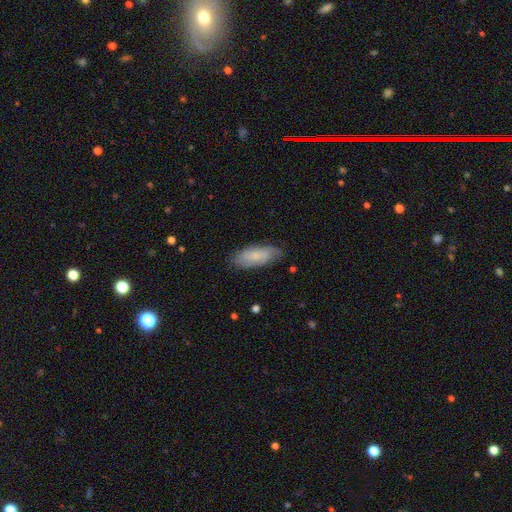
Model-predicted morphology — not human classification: Smooth or featured?
  - smooth: 63% *
  - featured or disk: 30%
  - star or artifact: 7%
How rounded?
  - in between: 77% *
  - cigar-shaped: 21%
  - round: 2%
Merging?
  - none: 76% *
  - minor disturbance: 19%
  - major disturbance: 4%
  - merger: 1%